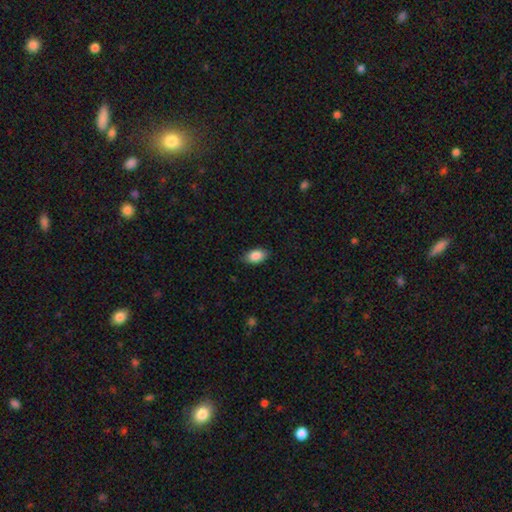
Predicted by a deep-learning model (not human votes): A smooth galaxy with no disk features (88%) that is in between round and cigar-shaped (92%). Merging: none (86%).